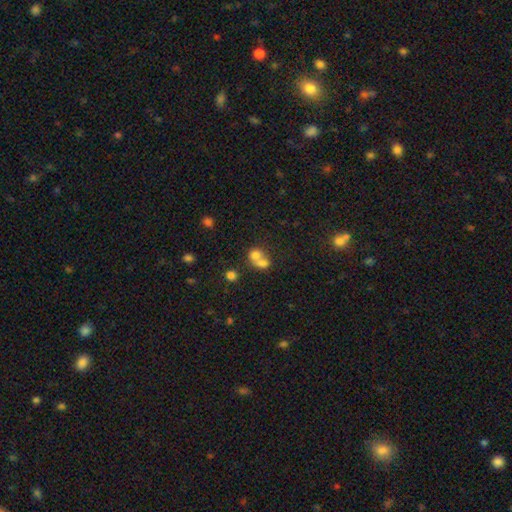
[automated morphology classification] Overall: smooth (69%). How rounded: round (63%; in between 36%). Merging: merger (71%).